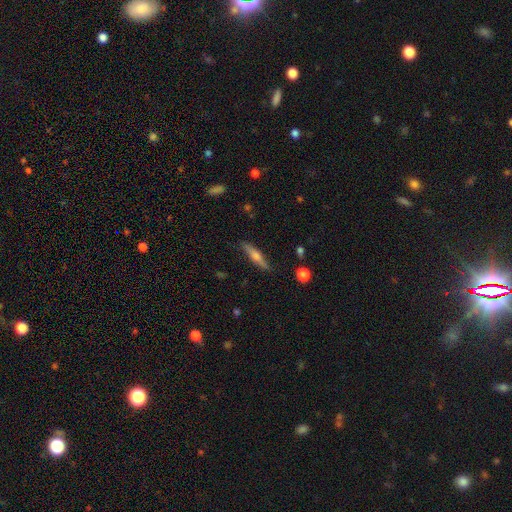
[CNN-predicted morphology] Q: Smooth or featured?
A: featured or disk (47%); runner-up: smooth (46%)
Q: Merging?
A: none (86%); runner-up: minor disturbance (10%)